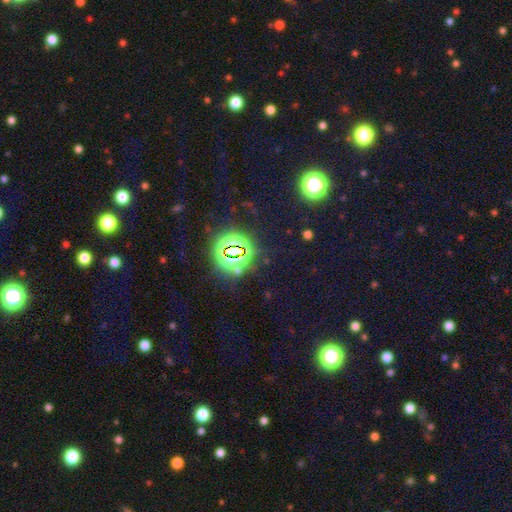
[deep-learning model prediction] The model was most divided on "smooth or featured": star or artifact: 74%, smooth: 18%, featured or disk: 8%.